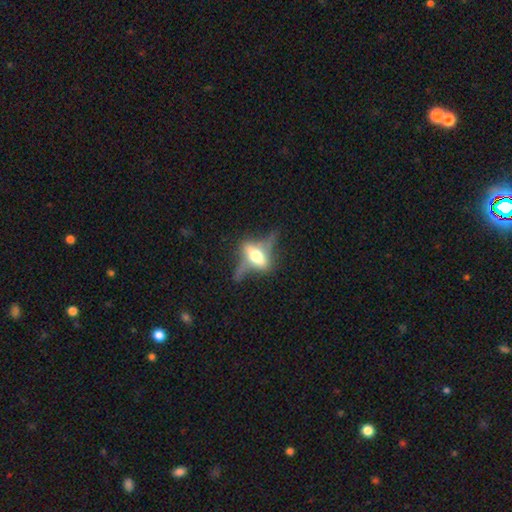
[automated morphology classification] featured or disk 65%, smooth 26%, star or artifact 9%. Down the decision tree: edge-on disk — yes (76%); merging — none (49%).